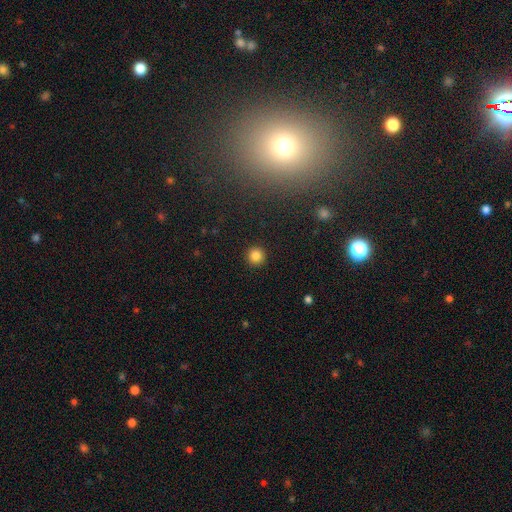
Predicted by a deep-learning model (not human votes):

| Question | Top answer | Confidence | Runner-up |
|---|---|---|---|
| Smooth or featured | smooth | 85% | star or artifact (11%) |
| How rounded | round | 95% | in between (4%) |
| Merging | none | 93% | minor disturbance (4%) |